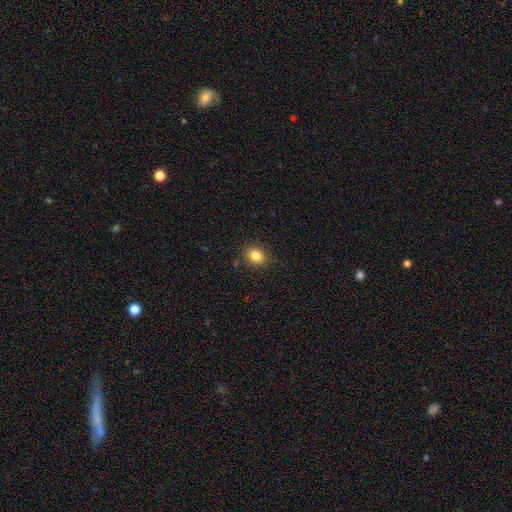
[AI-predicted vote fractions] smooth_or_featured: smooth (p=0.84) [alt: star or artifact p=0.10]
how_rounded: round (p=0.54) [alt: in between p=0.45]
merging: none (p=0.87) [alt: minor disturbance p=0.09]